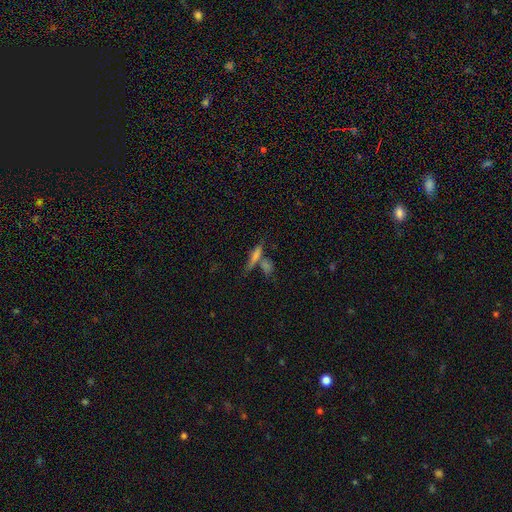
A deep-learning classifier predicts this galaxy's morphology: The model was most divided on "merging": none: 51%, merger: 32%, minor disturbance: 11%, major disturbance: 5%. More confident: how rounded — cigar-shaped (72%); smooth or featured — smooth (64%).